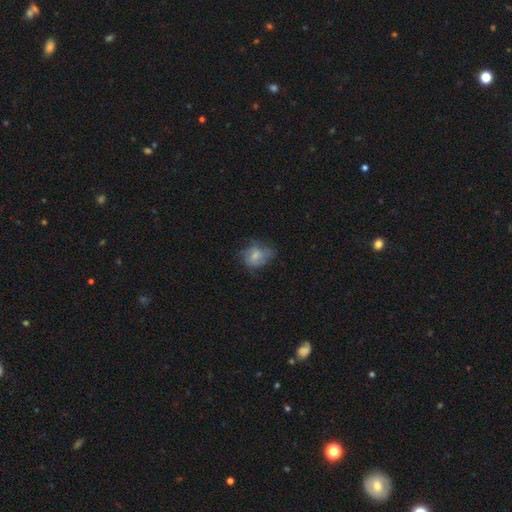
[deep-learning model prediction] A smooth galaxy with no disk features (57%) that is in between round and cigar-shaped (50%).

Vote fractions:
- Smooth or featured? smooth: 57% / featured or disk: 34% / star or artifact: 9%
- How rounded? in between: 50% / round: 49% / cigar-shaped: 1%
- Merging? none: 47% / minor disturbance: 32% / major disturbance: 20% / merger: 2%